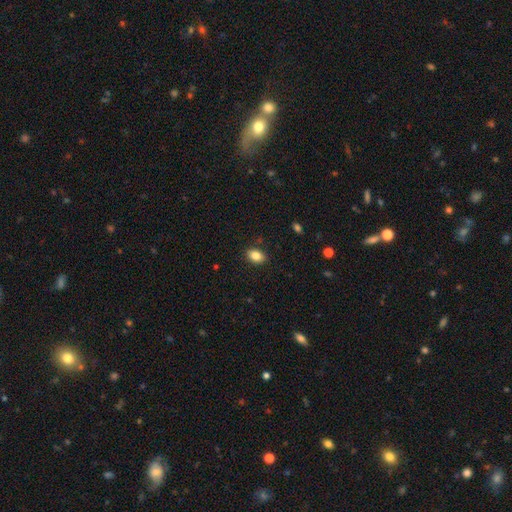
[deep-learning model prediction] Smooth or featured? smooth (86%)
How rounded? in between (82%)
Merging? none (87%)